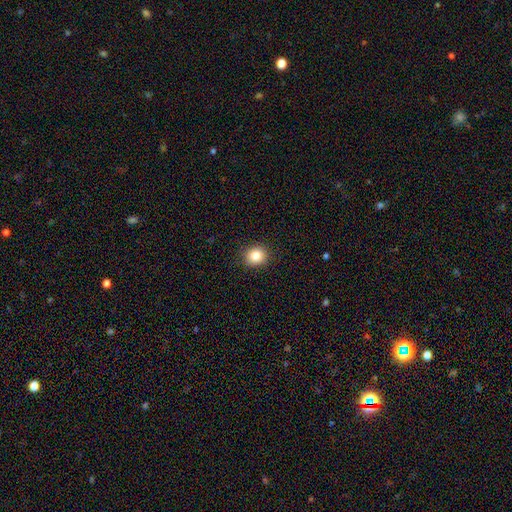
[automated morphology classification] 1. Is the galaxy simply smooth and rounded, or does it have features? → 85% smooth, 10% star or artifact, 5% featured or disk.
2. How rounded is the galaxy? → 77% round, 22% in between, 1% cigar-shaped.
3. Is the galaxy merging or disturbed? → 90% none, 7% minor disturbance, 2% major disturbance, 1% merger.